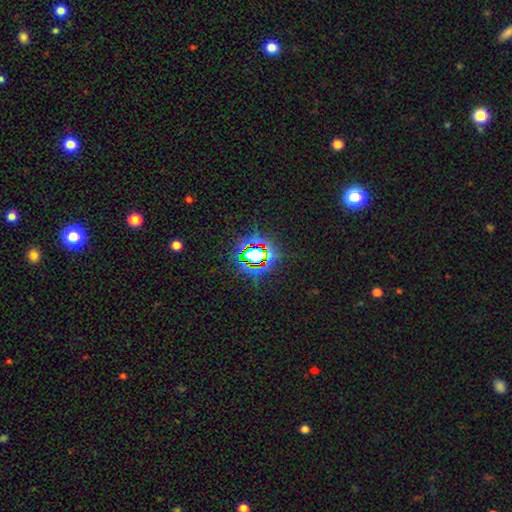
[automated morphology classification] Smooth or featured? Predicted: star or artifact (p=0.73).